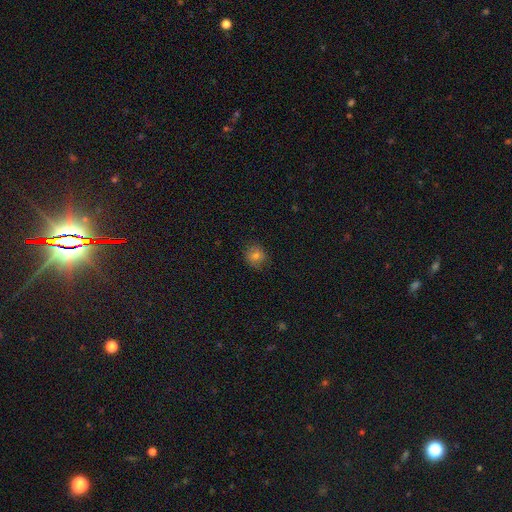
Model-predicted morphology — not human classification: type=smooth (77%); roundness=round (81%); merging=none (81%).